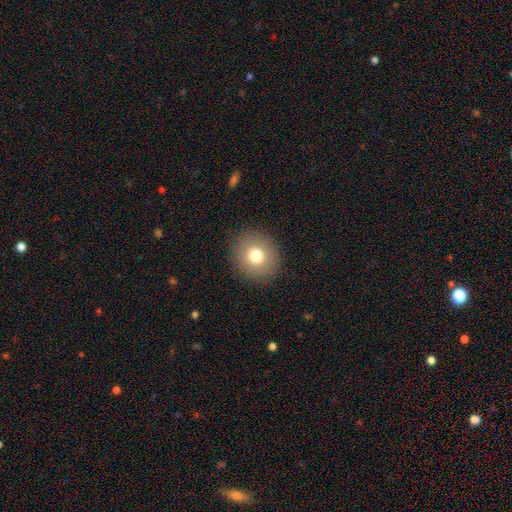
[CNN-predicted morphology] Smooth or featured? Predicted: smooth (p=0.76). How rounded? Predicted: round (p=0.87). Merging? Predicted: none (p=0.90).